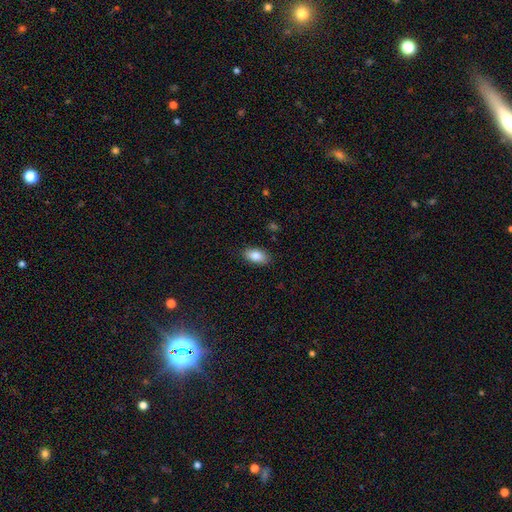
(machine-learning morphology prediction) A smooth galaxy with no disk features (83%) that is in between round and cigar-shaped (92%). Merging: none (87%).